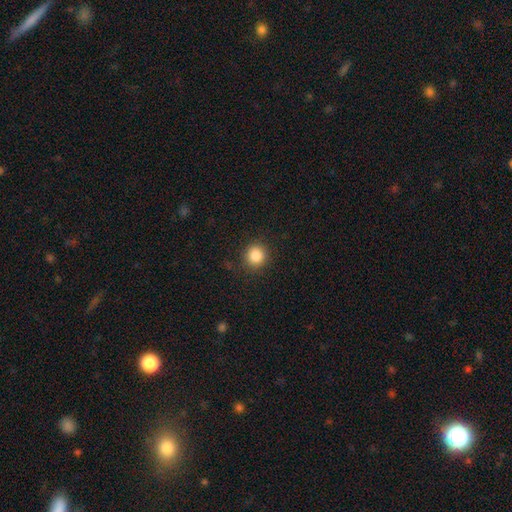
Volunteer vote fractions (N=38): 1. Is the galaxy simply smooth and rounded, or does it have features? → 97% smooth, 3% featured or disk, 0% star or artifact.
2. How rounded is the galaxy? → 84% round, 16% in between, 0% cigar-shaped.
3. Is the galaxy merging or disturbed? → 92% none, 5% minor disturbance, 3% major disturbance, 0% merger.